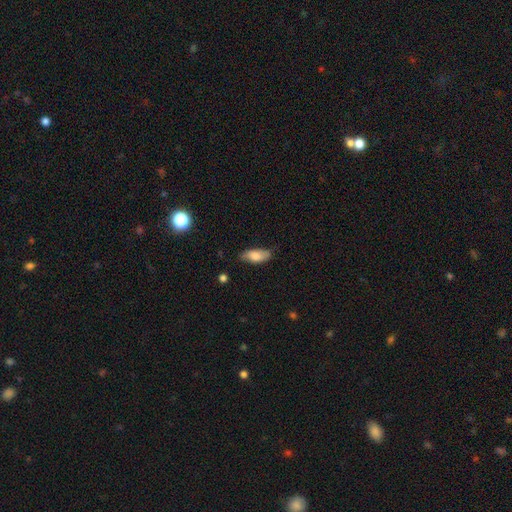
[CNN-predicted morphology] Smooth or featured?
  - smooth: 77% *
  - featured or disk: 16%
  - star or artifact: 7%
How rounded?
  - in between: 82% *
  - cigar-shaped: 15%
  - round: 3%
Merging?
  - none: 71% *
  - minor disturbance: 23%
  - major disturbance: 4%
  - merger: 2%